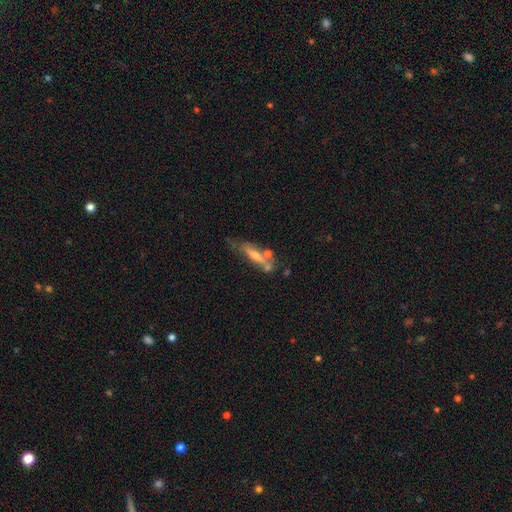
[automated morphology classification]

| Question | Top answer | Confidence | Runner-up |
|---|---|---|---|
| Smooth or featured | featured or disk | 55% | smooth (32%) |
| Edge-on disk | yes | 64% | no (36%) |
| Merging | none | 51% | minor disturbance (21%) |